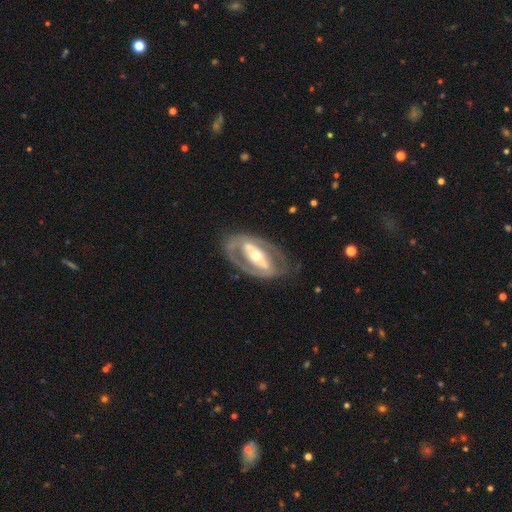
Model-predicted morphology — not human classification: This is clearly a featured or disk galaxy (80%). It is clearly not viewed edge-on (92%). Bar: possibly strong (48%). Spiral arm pattern: possibly yes (59%). Central bulge: likely moderate (63%). Merging: likely none (70%).